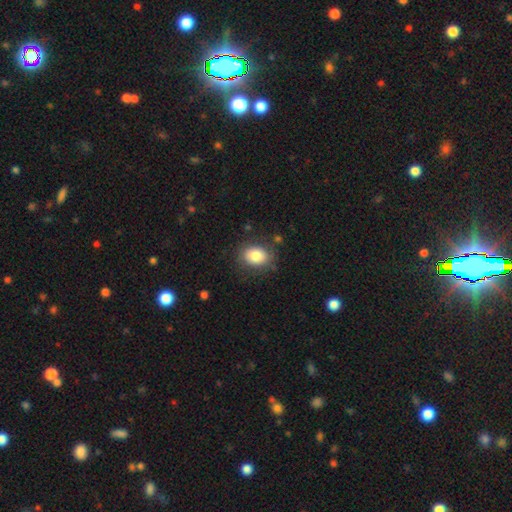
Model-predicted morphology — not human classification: This is clearly a smooth galaxy (82%). How rounded: likely in between (61%). Merging: clearly none (80%).